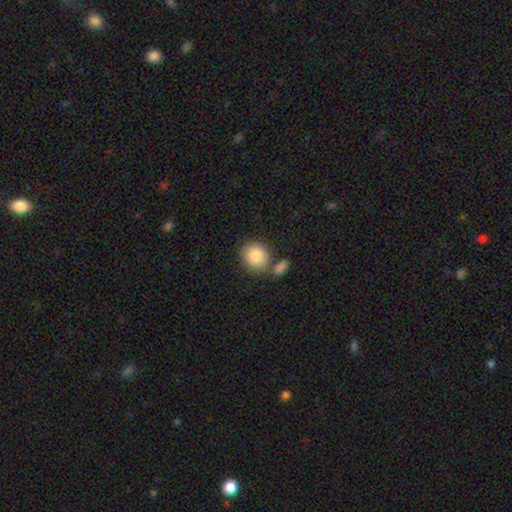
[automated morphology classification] Smooth or featured?
  - smooth: 86% *
  - star or artifact: 7%
  - featured or disk: 7%
How rounded?
  - round: 77% *
  - in between: 22%
  - cigar-shaped: 1%
Merging?
  - none: 63% *
  - merger: 21%
  - minor disturbance: 11%
  - major disturbance: 4%